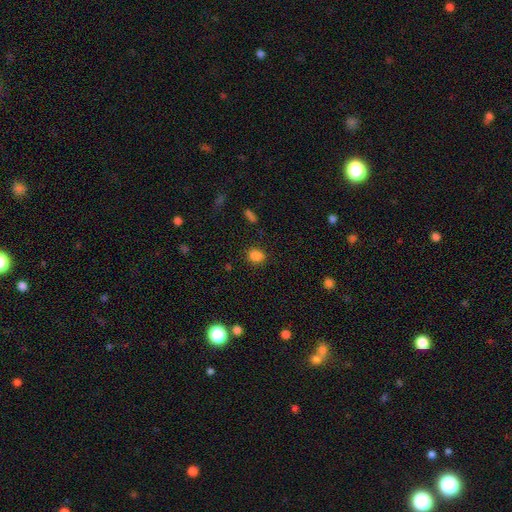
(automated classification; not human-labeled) Morphology: type=smooth (84%); roundness=in between (50%); merging=none (81%).